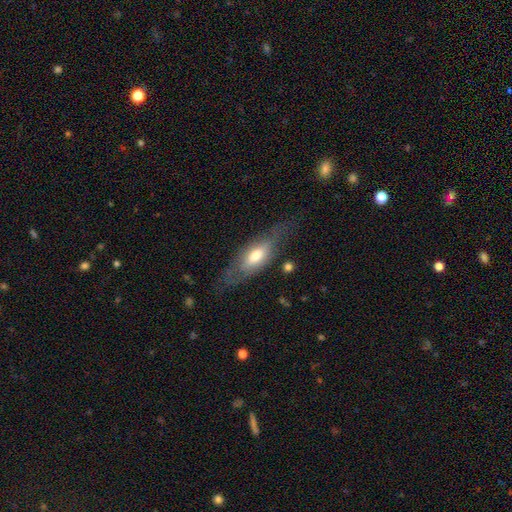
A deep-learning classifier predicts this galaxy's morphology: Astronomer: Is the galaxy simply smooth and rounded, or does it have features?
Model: smooth — 48% (runner-up: featured or disk, 46%).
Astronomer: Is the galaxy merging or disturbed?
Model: none — 60%.